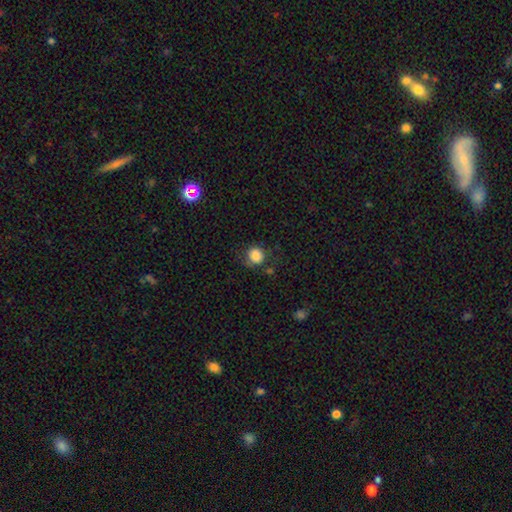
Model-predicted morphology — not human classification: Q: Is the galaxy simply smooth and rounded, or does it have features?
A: smooth — 84%.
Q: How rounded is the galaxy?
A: round — 86%.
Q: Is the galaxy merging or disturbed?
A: none — 70%.